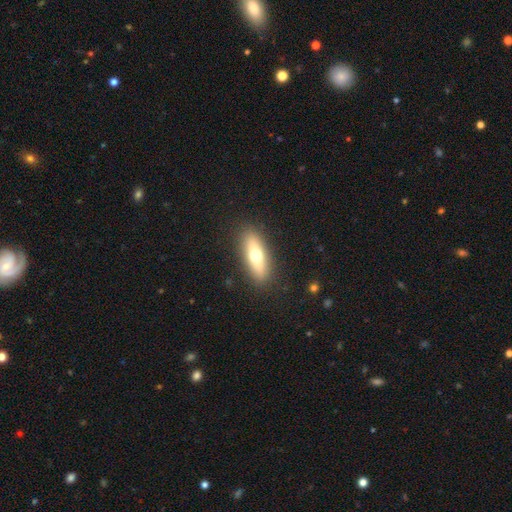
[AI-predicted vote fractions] This appears to be a smooth galaxy with no disk features (57%) that is in between round and cigar-shaped (51%). Merging: none (88%).